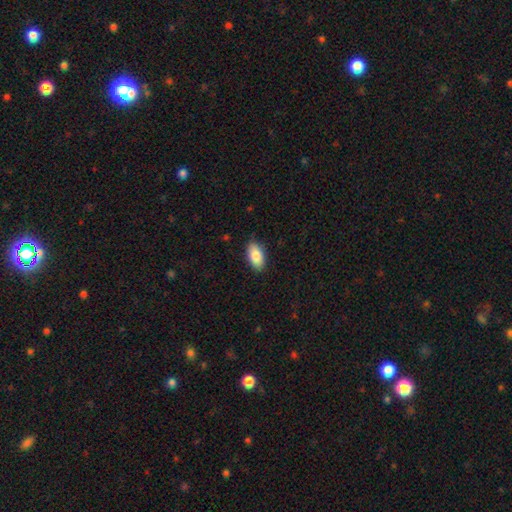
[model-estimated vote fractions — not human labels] smooth 86%, featured or disk 7%, star or artifact 7%. Down the decision tree: how rounded — in between (94%); merging — none (86%).